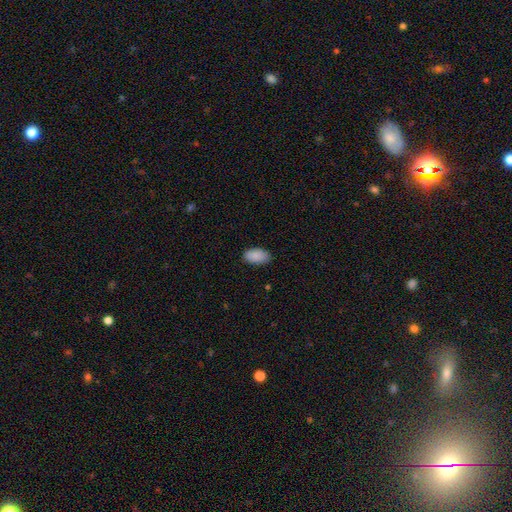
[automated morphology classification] The model was most divided on "merging": none: 85%, minor disturbance: 12%, major disturbance: 2%, merger: 1%. More confident: how rounded — in between (95%); smooth or featured — smooth (90%).